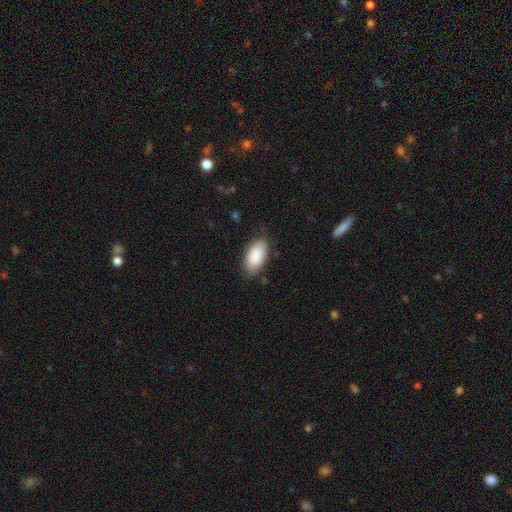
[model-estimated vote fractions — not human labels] Morphology: type=smooth (89%); roundness=in between (95%); merging=none (81%).